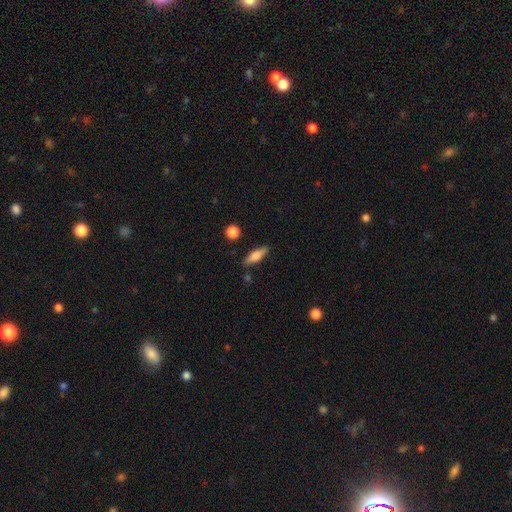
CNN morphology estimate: Overall: smooth (63%; featured or disk 30%). How rounded: cigar-shaped (49%; in between 48%). Merging: none (83%).